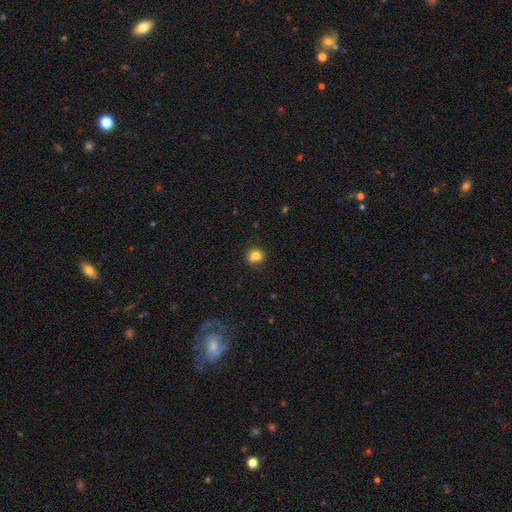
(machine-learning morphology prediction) smooth_or_featured: smooth (p=0.80) [alt: star or artifact p=0.12]
how_rounded: round (p=0.80) [alt: in between p=0.19]
merging: none (p=0.66) [alt: minor disturbance p=0.16]